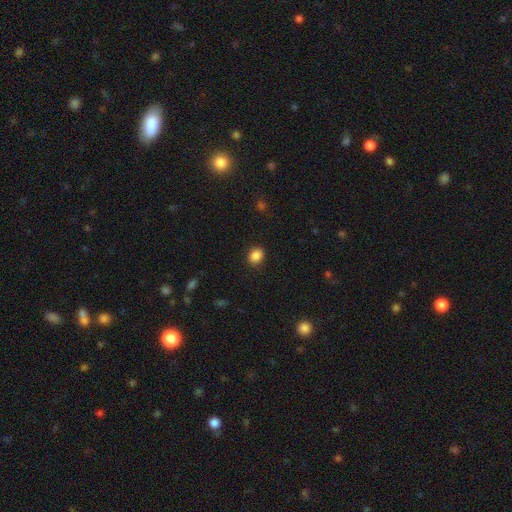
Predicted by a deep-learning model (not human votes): Q: Smooth or featured?
A: smooth (87%); runner-up: star or artifact (10%)
Q: How rounded?
A: round (57%); runner-up: in between (42%)
Q: Merging?
A: none (89%); runner-up: minor disturbance (8%)